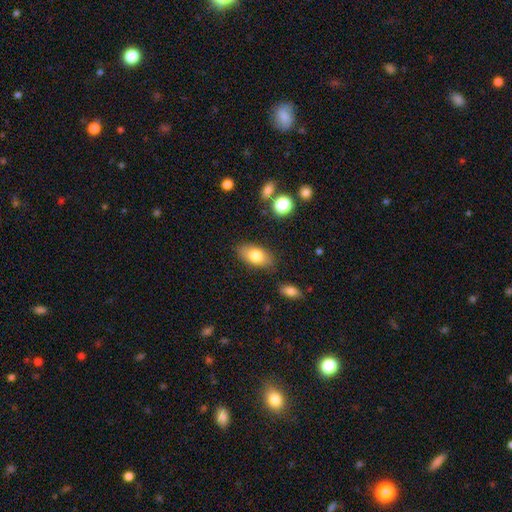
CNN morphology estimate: This appears to be a smooth galaxy with no disk features (77%) that is in between round and cigar-shaped (91%). Merging: none (82%).